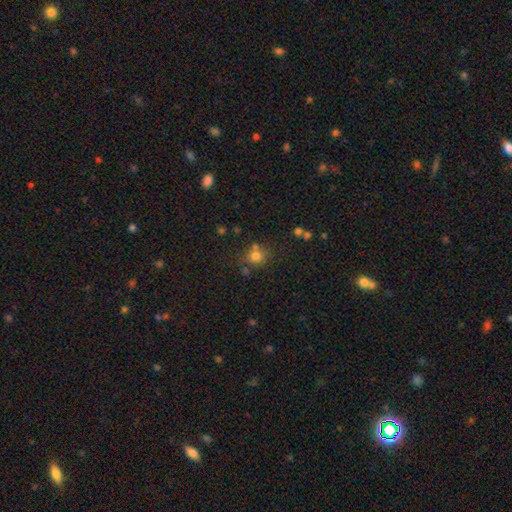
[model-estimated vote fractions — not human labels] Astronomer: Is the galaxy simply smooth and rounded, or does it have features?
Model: smooth — 76%.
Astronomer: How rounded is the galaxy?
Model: round — 77%.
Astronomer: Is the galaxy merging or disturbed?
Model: none — 65%.